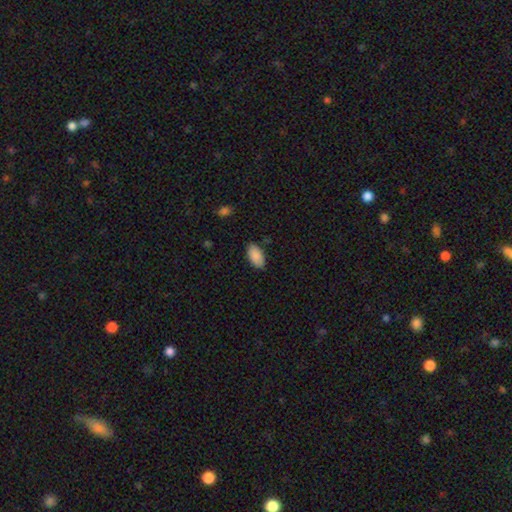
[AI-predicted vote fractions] A smooth galaxy with no disk features (89%) that is in between round and cigar-shaped (95%). Merging: none (83%).